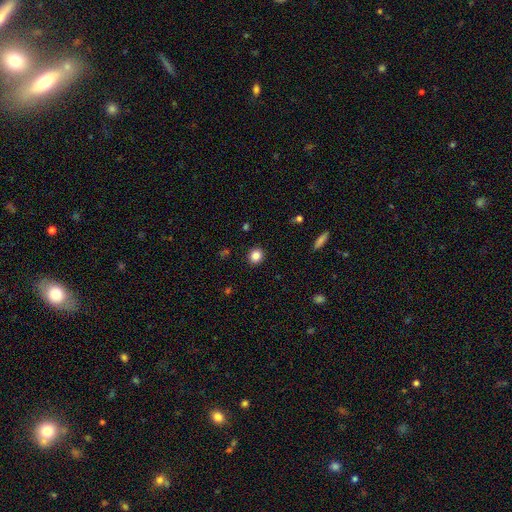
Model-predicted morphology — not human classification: Smooth or featured: smooth — 85% (star or artifact — 10%)
How rounded: round — 79% (in between — 20%)
Merging: none — 91% (minor disturbance — 6%)